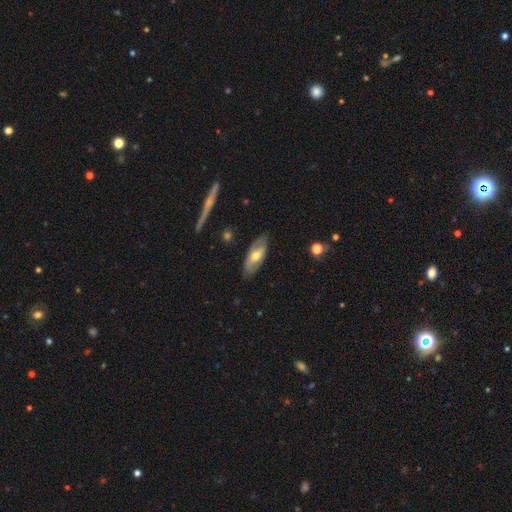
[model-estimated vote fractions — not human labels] Q: Smooth or featured?
A: featured or disk (47%); tied with: smooth (47%)
Q: Merging?
A: none (81%); runner-up: minor disturbance (15%)